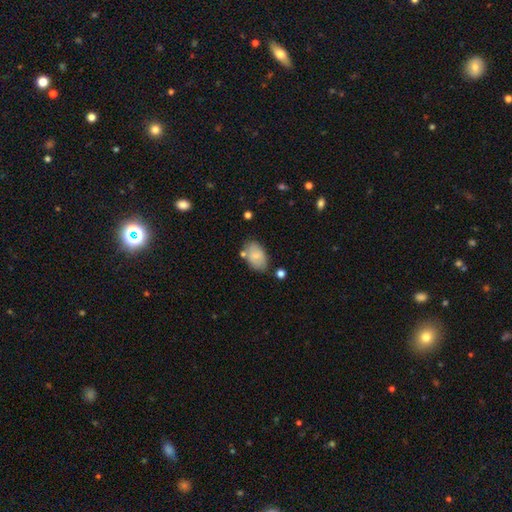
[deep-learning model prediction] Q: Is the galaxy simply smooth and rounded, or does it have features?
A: smooth — 77%.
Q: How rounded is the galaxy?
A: in between — 90%.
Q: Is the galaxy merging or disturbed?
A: none — 69%.